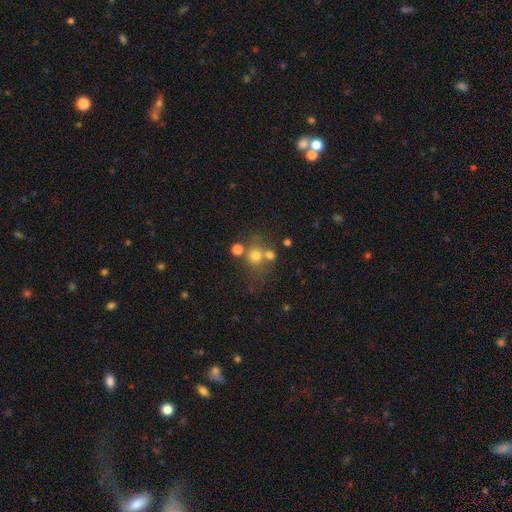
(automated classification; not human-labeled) Smooth or featured?
  - smooth: 68% *
  - star or artifact: 17%
  - featured or disk: 14%
How rounded?
  - round: 82% *
  - in between: 16%
  - cigar-shaped: 1%
Merging?
  - none: 55% *
  - merger: 28%
  - minor disturbance: 11%
  - major disturbance: 6%